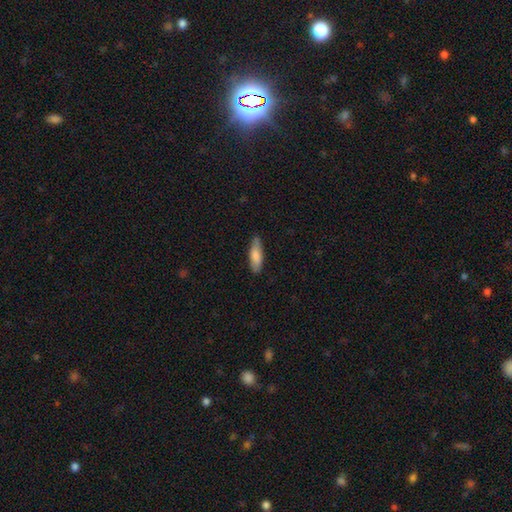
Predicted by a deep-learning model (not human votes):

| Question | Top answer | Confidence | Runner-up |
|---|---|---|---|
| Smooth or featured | smooth | 80% | featured or disk (14%) |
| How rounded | cigar-shaped | 52% | in between (47%) |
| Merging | none | 79% | minor disturbance (17%) |